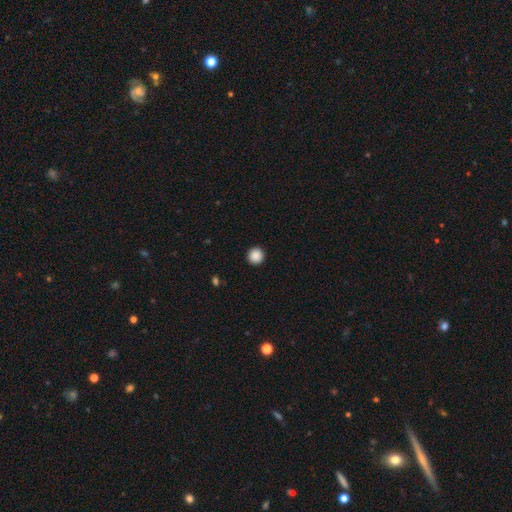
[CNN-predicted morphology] Smooth or featured?
  - smooth: 89% *
  - star or artifact: 9%
  - featured or disk: 2%
How rounded?
  - round: 96% *
  - in between: 3%
  - cigar-shaped: 1%
Merging?
  - none: 93% *
  - minor disturbance: 4%
  - major disturbance: 2%
  - merger: 1%